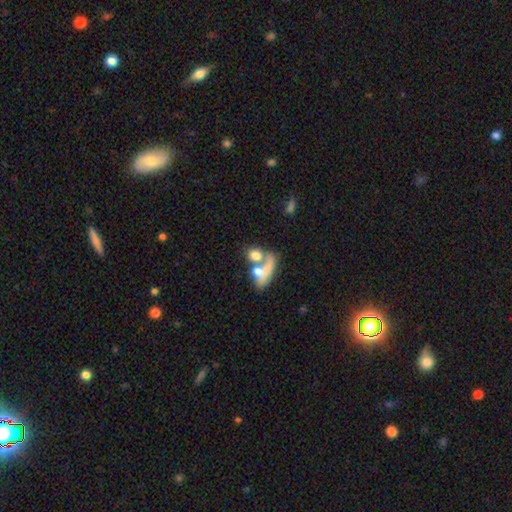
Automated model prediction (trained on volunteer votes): Q: Smooth or featured?
A: smooth (65%); runner-up: featured or disk (24%)
Q: How rounded?
A: round (51%); runner-up: in between (42%)
Q: Merging?
A: merger (53%); runner-up: none (26%)